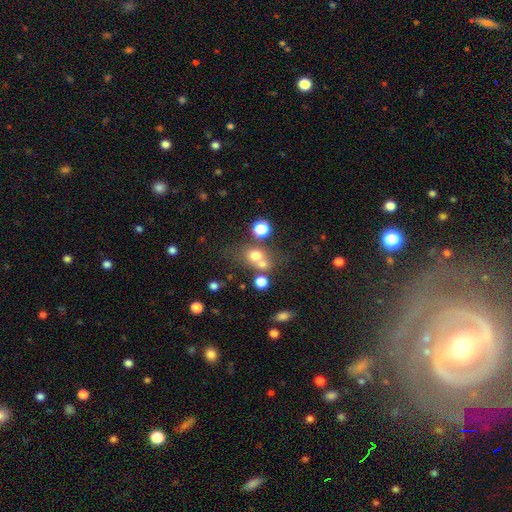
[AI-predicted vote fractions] Smooth or featured? Predicted: smooth (p=0.66). How rounded? Predicted: round (p=0.71). Merging? Predicted: none (p=0.44).